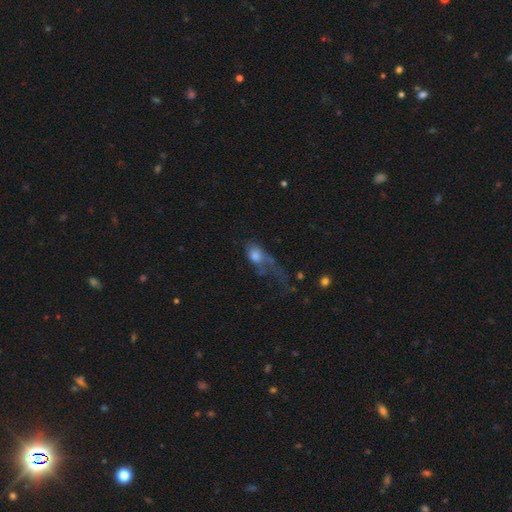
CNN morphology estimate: Q: Smooth or featured?
A: smooth (58%); runner-up: featured or disk (30%)
Q: How rounded?
A: in between (67%); runner-up: round (27%)
Q: Merging?
A: major disturbance (60%); runner-up: none (17%)